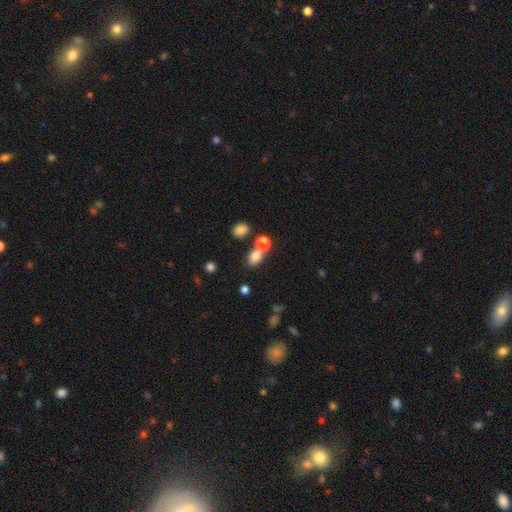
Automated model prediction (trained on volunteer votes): Smooth or featured?
  - smooth: 79% *
  - star or artifact: 12%
  - featured or disk: 8%
How rounded?
  - in between: 63% *
  - round: 35%
  - cigar-shaped: 2%
Merging?
  - none: 47% *
  - merger: 38%
  - minor disturbance: 10%
  - major disturbance: 5%